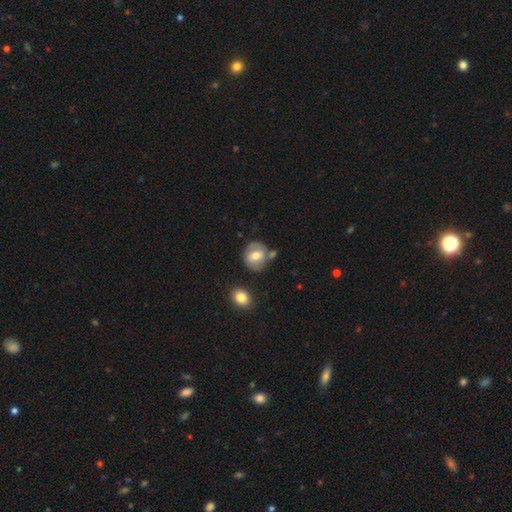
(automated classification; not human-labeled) A smooth galaxy with no disk features (58%) that is round (74%).

Vote fractions:
- Smooth or featured? smooth: 58% / featured or disk: 35% / star or artifact: 7%
- How rounded? round: 74% / in between: 25% / cigar-shaped: 1%
- Merging? none: 65% / minor disturbance: 18% / merger: 11% / major disturbance: 6%